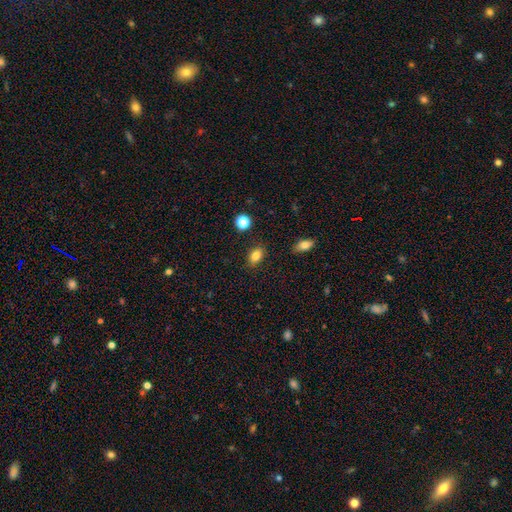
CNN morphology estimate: Smooth or featured? smooth (83%)
How rounded? in between (79%)
Merging? none (86%)